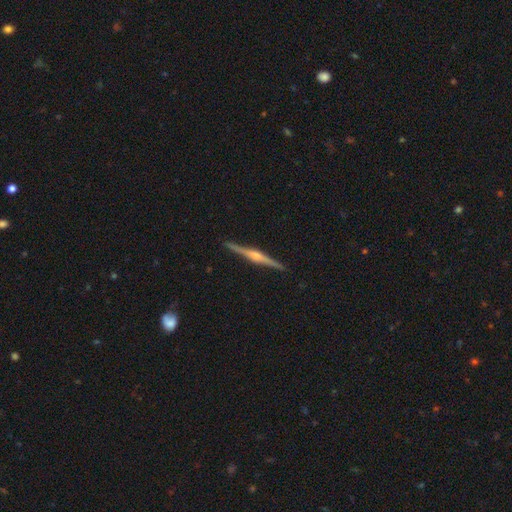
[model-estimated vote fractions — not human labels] featured or disk 85%, smooth 10%, star or artifact 5%. Down the decision tree: edge-on disk — yes (99%); edge-on bulge — rounded (86%); merging — none (92%).